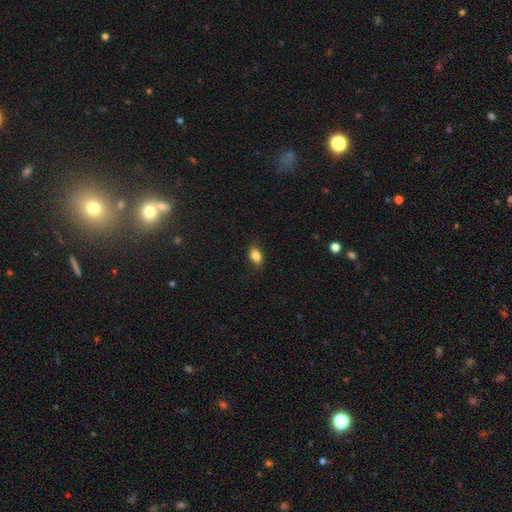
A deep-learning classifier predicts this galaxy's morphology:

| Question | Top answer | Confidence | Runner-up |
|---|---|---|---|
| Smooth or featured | smooth | 84% | star or artifact (9%) |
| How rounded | in between | 86% | round (11%) |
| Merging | none | 86% | minor disturbance (11%) |